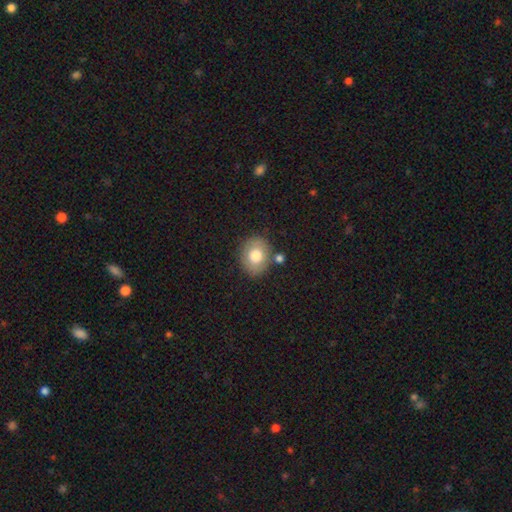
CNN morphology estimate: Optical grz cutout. It shows a smooth galaxy with no disk features (75%) that is round (59%). Merging: none (79%).